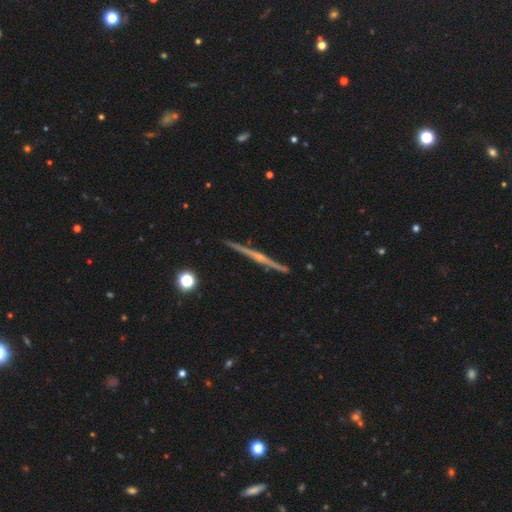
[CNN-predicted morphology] type=featured or disk (80%); edge-on=yes (98%); edge-on bulge=rounded (62%); merging=none (91%).